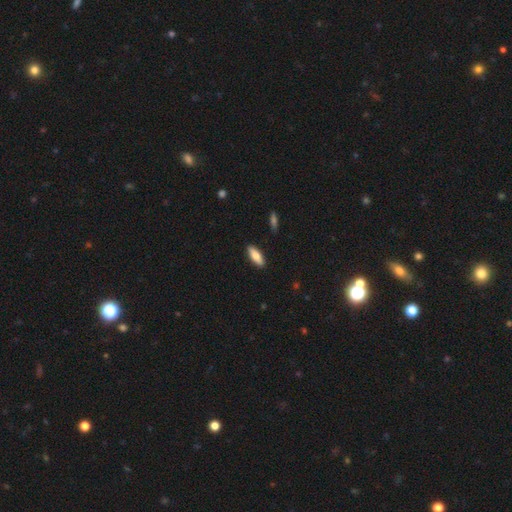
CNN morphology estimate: Smooth or featured?
  - smooth: 75% *
  - featured or disk: 19%
  - star or artifact: 6%
How rounded?
  - in between: 64% *
  - cigar-shaped: 34%
  - round: 2%
Merging?
  - none: 90% *
  - minor disturbance: 8%
  - major disturbance: 2%
  - merger: 1%